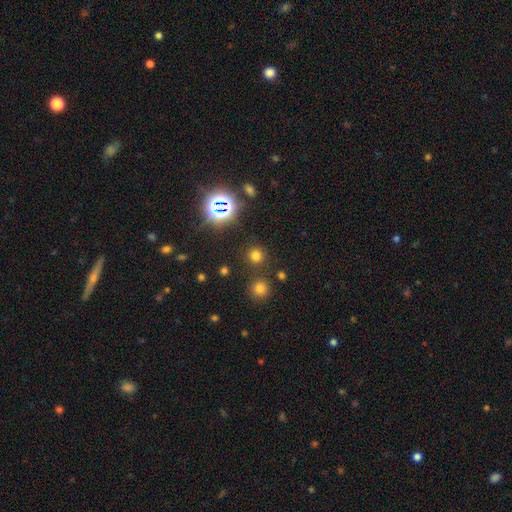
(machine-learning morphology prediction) The model was most divided on "smooth or featured": smooth: 68%, star or artifact: 26%, featured or disk: 6%. More confident: how rounded — round (93%); merging — none (85%).